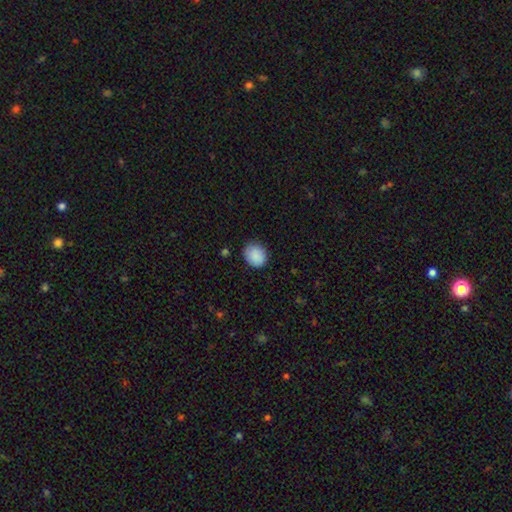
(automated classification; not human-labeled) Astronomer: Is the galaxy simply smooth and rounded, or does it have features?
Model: smooth — 89%.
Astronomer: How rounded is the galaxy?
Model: round — 68%.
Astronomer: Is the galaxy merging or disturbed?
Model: none — 85%.